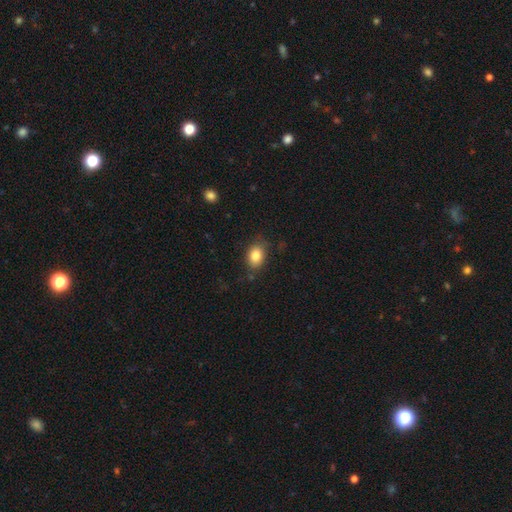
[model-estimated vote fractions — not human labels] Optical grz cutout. It shows a smooth galaxy with no disk features (83%) that is in between round and cigar-shaped (74%). Merging: none (80%).